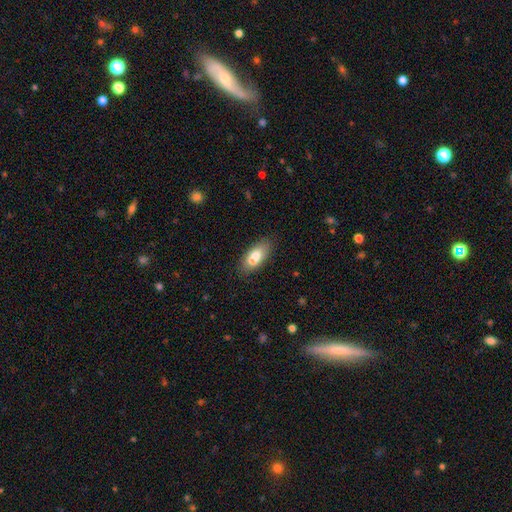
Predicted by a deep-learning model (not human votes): A smooth galaxy with no disk features (71%) that is in between round and cigar-shaped (86%). Merging: none (57%).